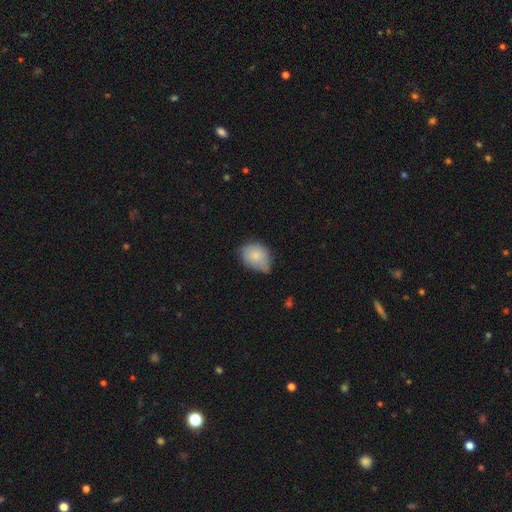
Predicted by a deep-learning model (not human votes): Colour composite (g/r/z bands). It shows a smooth galaxy with no disk features (80%) that is in between round and cigar-shaped (65%). Merging: minor disturbance (46%).